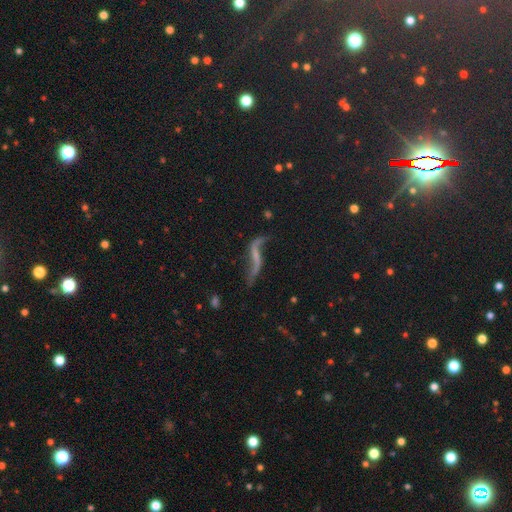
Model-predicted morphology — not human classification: This appears to be a featured or disk galaxy (77%) with no bar (41%), 2 (90%) loose (94%) spiral arms (88%) and no central bulge (57%). Merging: none (57%).